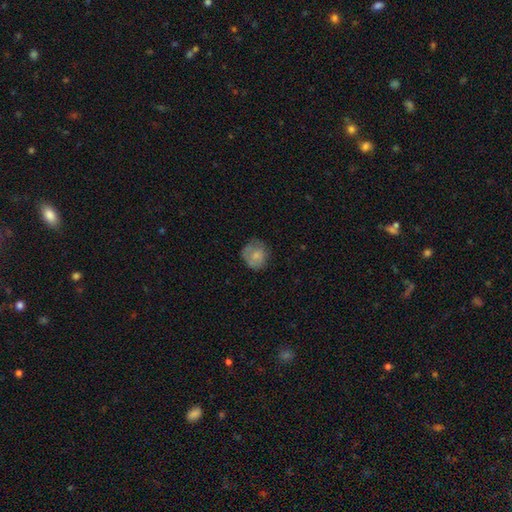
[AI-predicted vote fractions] Smooth or featured? smooth (70%)
How rounded? round (76%)
Merging? none (60%)